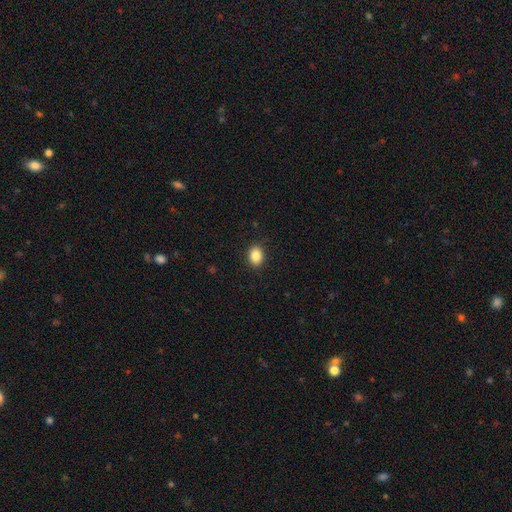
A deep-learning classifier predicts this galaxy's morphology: Smooth or featured: smooth — 86% (star or artifact — 9%)
How rounded: in between — 62% (round — 37%)
Merging: none — 89% (minor disturbance — 8%)